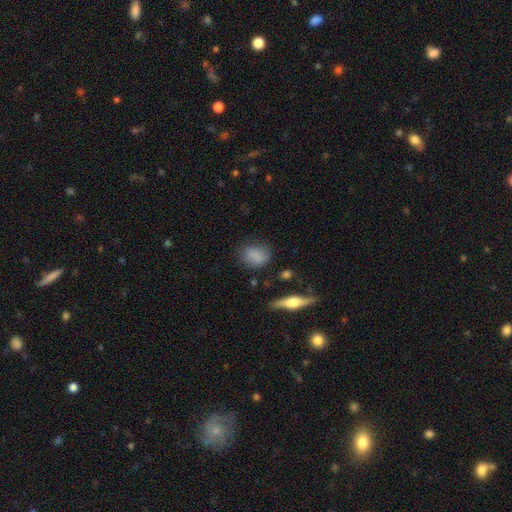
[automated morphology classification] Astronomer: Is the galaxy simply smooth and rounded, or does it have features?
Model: smooth — 80%.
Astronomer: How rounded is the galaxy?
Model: in between — 61%.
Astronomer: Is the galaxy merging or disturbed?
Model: none — 69%.